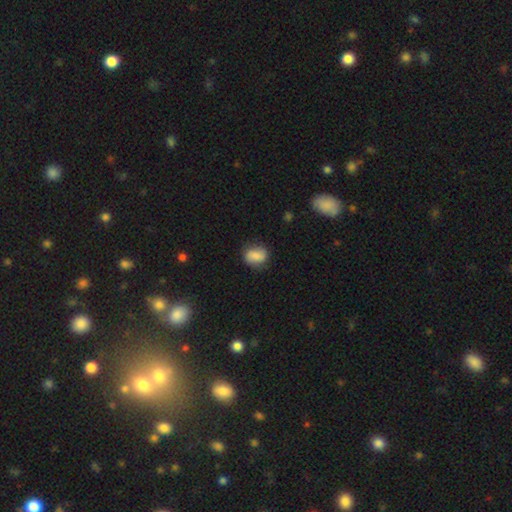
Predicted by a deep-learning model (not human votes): Smooth or featured?
  - smooth: 75% *
  - featured or disk: 17%
  - star or artifact: 8%
How rounded?
  - in between: 53% *
  - round: 46%
  - cigar-shaped: 2%
Merging?
  - none: 76% *
  - minor disturbance: 18%
  - major disturbance: 5%
  - merger: 1%